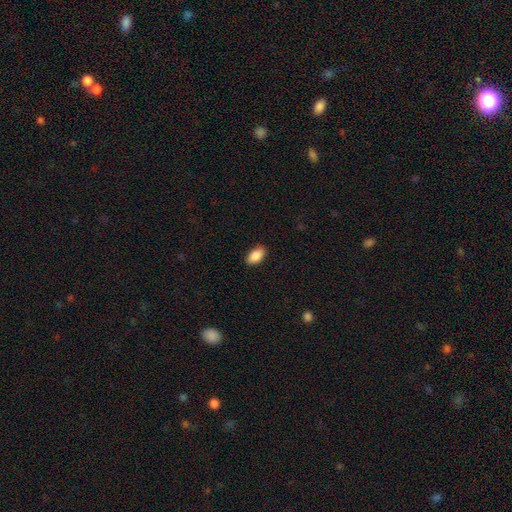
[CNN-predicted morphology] smooth 89%, star or artifact 7%, featured or disk 4%. Down the decision tree: how rounded — in between (93%); merging — none (88%).